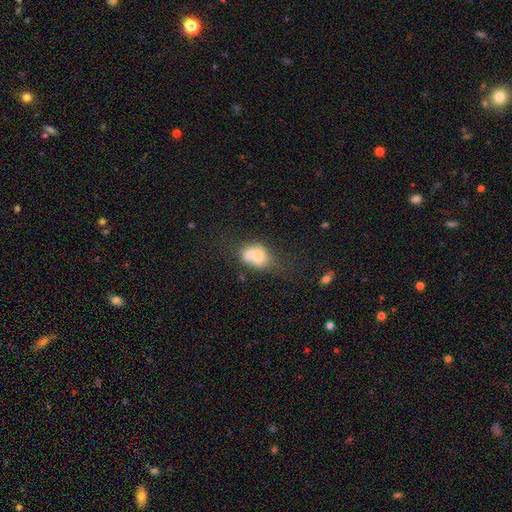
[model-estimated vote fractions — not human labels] Morphology: type=smooth (63%); roundness=in between (49%, tied with round); merging=merger (66%).